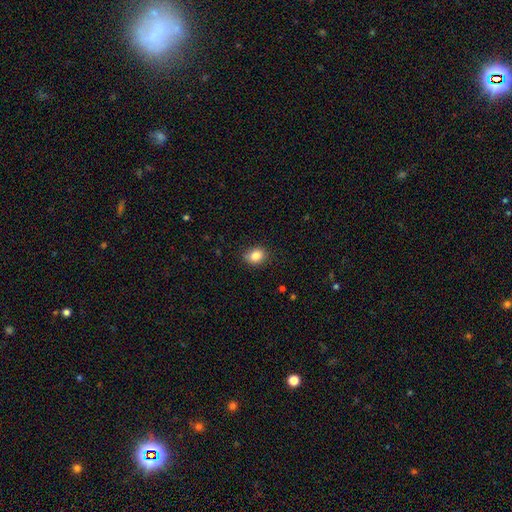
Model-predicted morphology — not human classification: A smooth galaxy with no disk features (85%) that is round (51%).

Vote fractions:
- Smooth or featured? smooth: 85% / star or artifact: 9% / featured or disk: 6%
- How rounded? round: 51% / in between: 48% / cigar-shaped: 1%
- Merging? none: 84% / minor disturbance: 12% / major disturbance: 2% / merger: 1%